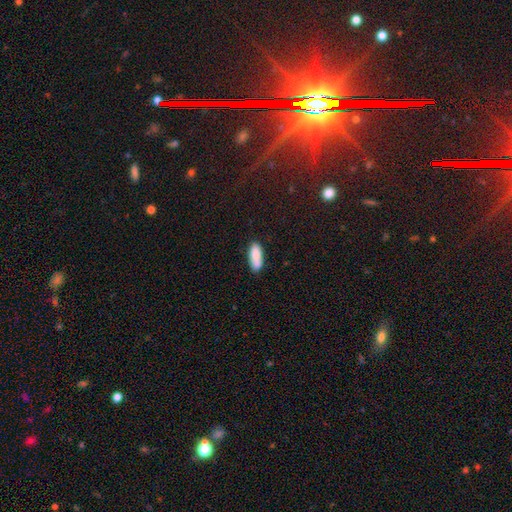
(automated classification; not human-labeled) smooth 85%, featured or disk 8%, star or artifact 7%. Down the decision tree: how rounded — in between (66%); merging — none (72%).